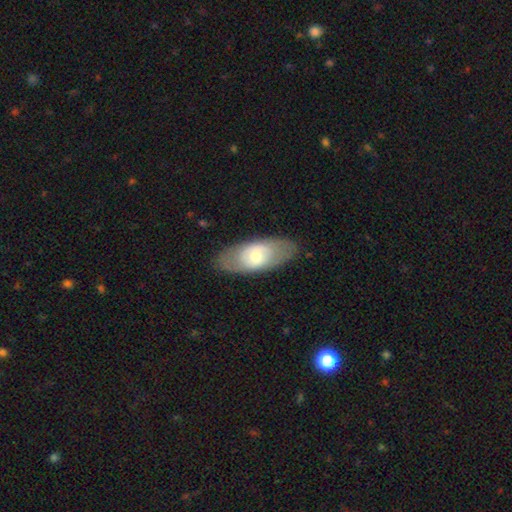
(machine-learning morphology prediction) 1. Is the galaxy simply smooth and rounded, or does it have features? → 50% smooth, 44% featured or disk, 5% star or artifact.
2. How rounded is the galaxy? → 84% in between, 11% cigar-shaped, 4% round.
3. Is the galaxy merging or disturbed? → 83% none, 12% minor disturbance, 4% major disturbance, 1% merger.